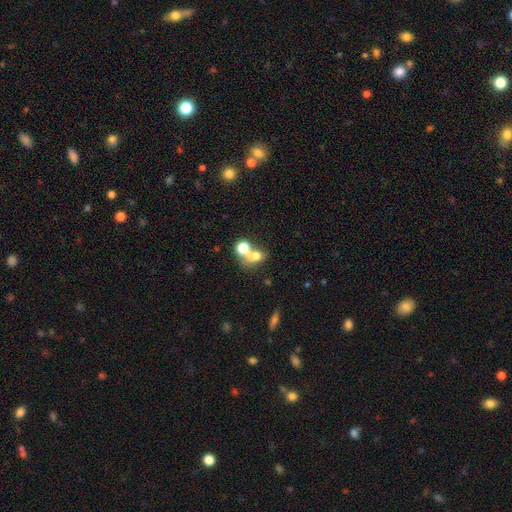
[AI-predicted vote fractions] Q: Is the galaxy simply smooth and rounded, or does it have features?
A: smooth — 66%.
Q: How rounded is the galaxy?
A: round — 52%.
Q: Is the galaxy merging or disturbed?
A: merger — 62%.